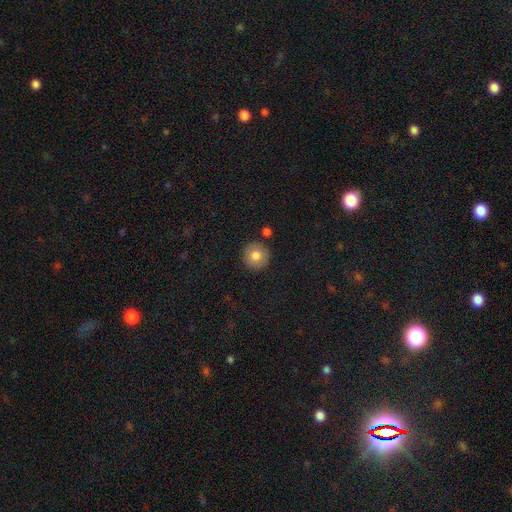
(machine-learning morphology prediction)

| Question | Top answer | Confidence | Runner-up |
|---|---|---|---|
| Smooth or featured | smooth | 81% | featured or disk (11%) |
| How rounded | round | 95% | in between (4%) |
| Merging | none | 88% | minor disturbance (7%) |